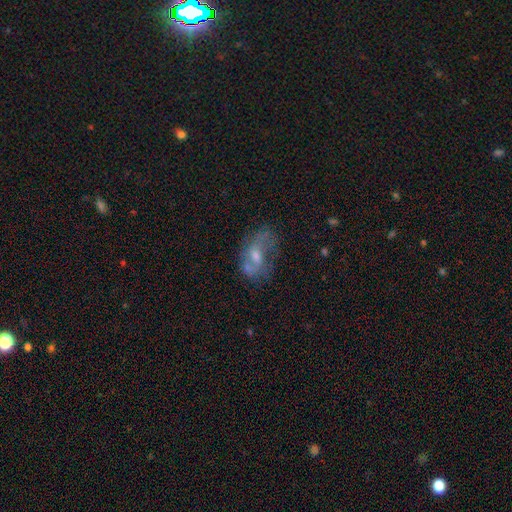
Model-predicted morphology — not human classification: featured or disk 55%, smooth 31%, star or artifact 15%. Down the decision tree: edge-on disk — no (94%); bar — no (62%); spiral arms — no (50%, tied with yes); bulge size — moderate (50%); merging — none (51%).